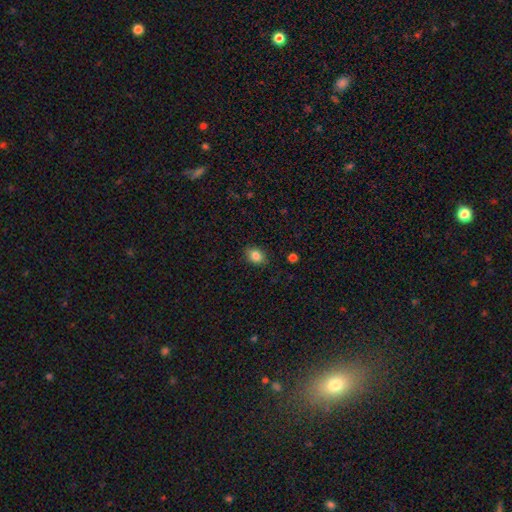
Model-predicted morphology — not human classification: Smooth or featured?
  - smooth: 85% *
  - star or artifact: 10%
  - featured or disk: 6%
How rounded?
  - in between: 60% *
  - round: 39%
  - cigar-shaped: 1%
Merging?
  - none: 86% *
  - minor disturbance: 11%
  - major disturbance: 2%
  - merger: 1%